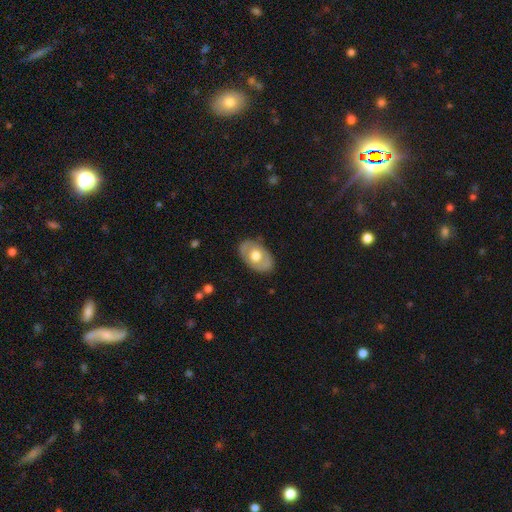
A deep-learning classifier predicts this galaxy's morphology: Q: Smooth or featured?
A: smooth (51%); runner-up: featured or disk (44%)
Q: How rounded?
A: in between (86%); runner-up: round (13%)
Q: Merging?
A: none (82%); runner-up: minor disturbance (13%)